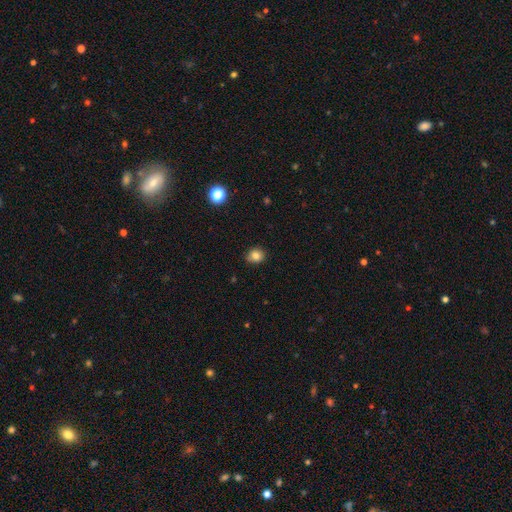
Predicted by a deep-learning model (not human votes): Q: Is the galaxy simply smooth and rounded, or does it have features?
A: smooth — 82%.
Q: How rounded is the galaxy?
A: round — 66%.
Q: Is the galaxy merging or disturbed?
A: none — 86%.